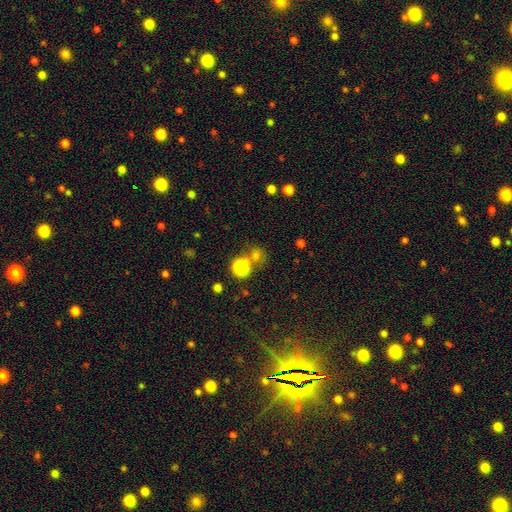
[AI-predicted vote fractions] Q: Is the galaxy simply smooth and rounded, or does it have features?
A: smooth — 64%.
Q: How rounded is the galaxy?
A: round — 79%.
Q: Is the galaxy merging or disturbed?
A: none — 57%.